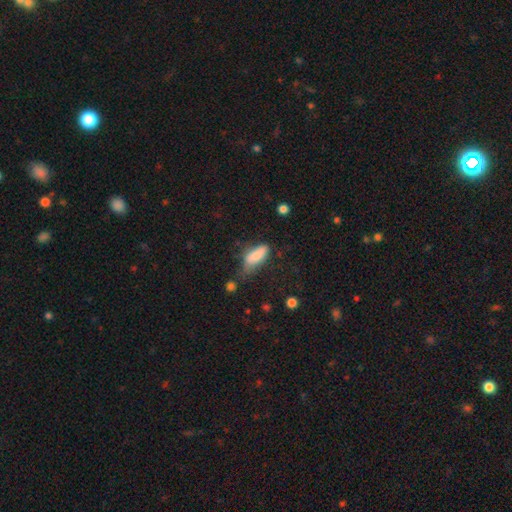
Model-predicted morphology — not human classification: The model was most divided on "merging": none: 43%, minor disturbance: 35%, major disturbance: 17%, merger: 5%. More confident: smooth or featured — smooth (80%); how rounded — in between (75%).